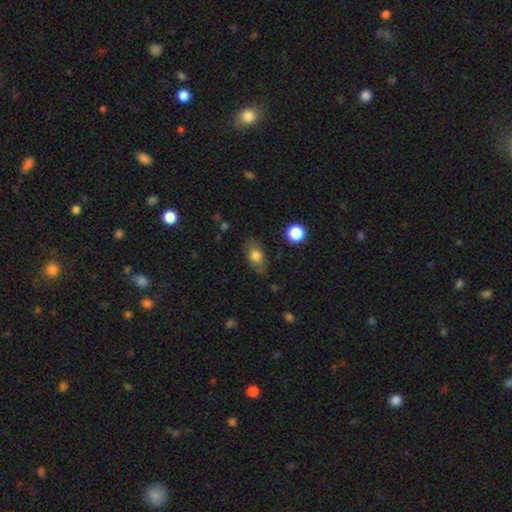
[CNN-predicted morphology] smooth_or_featured: smooth (p=0.76) [alt: featured or disk p=0.15]
how_rounded: in between (p=0.83) [alt: round p=0.14]
merging: none (p=0.76) [alt: minor disturbance p=0.17]